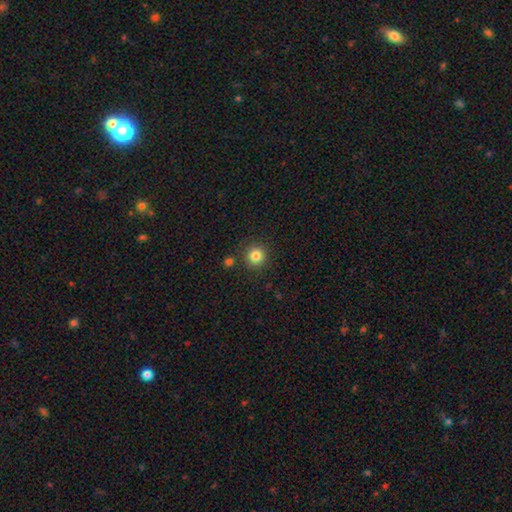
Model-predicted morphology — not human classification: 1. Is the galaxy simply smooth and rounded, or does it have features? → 84% smooth, 11% star or artifact, 5% featured or disk.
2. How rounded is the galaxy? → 94% round, 5% in between, 1% cigar-shaped.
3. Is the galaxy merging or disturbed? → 88% none, 6% minor disturbance, 4% merger, 2% major disturbance.